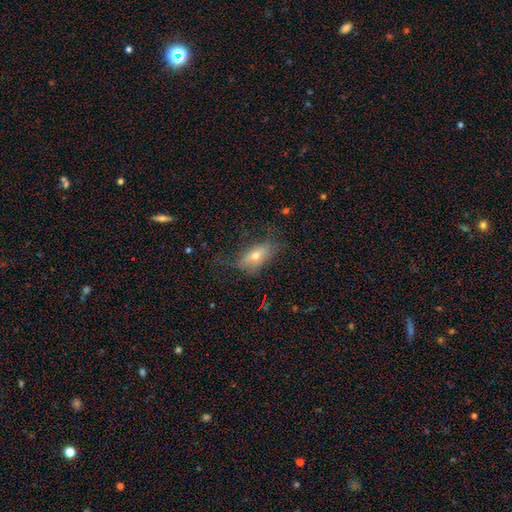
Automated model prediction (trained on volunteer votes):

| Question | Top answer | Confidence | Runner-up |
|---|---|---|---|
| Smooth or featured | smooth | 55% | featured or disk (34%) |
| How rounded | in between | 79% | cigar-shaped (15%) |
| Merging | none | 50% | minor disturbance (27%) |